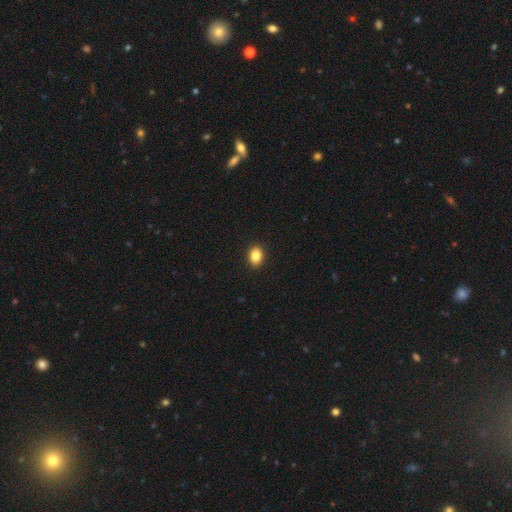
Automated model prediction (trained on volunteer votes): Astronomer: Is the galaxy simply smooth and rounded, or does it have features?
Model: smooth — 86%.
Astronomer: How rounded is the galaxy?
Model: in between — 67%.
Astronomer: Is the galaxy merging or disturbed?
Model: none — 92%.